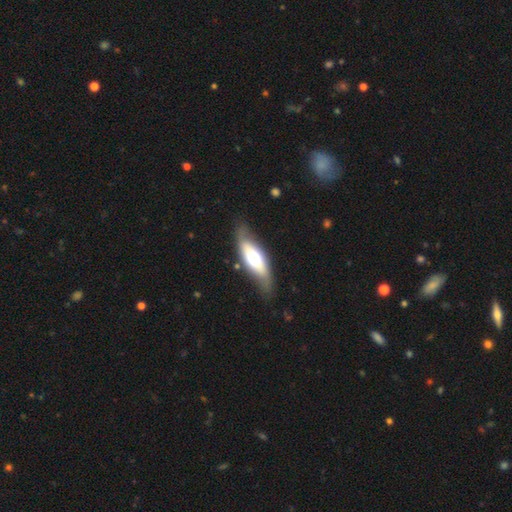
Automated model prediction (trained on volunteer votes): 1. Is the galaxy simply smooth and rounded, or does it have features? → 50% featured or disk, 45% smooth, 5% star or artifact.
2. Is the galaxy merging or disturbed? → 71% none, 21% minor disturbance, 6% major disturbance, 2% merger.